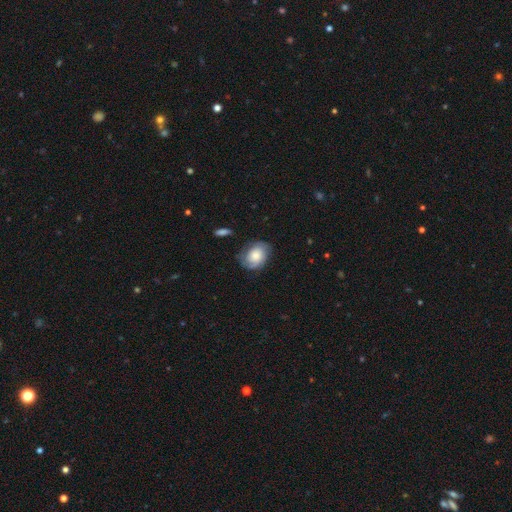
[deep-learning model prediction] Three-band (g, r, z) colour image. It shows a featured or disk galaxy (55%) with no bar (77%), spiral arms (87%) and a large central bulge (38%). Merging: none (70%).